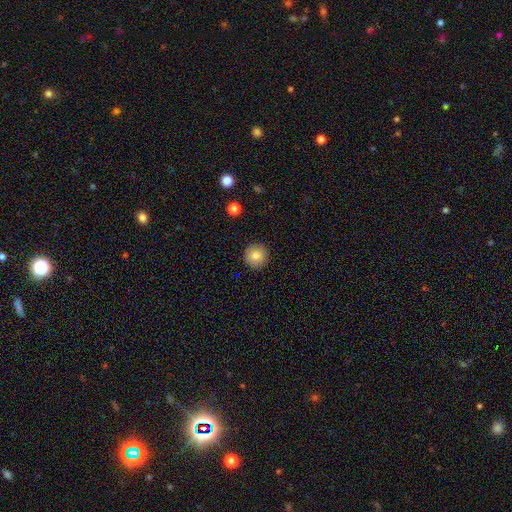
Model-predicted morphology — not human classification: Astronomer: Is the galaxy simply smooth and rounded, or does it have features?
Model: smooth — 83%.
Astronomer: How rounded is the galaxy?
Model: round — 96%.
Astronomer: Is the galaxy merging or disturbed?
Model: none — 92%.